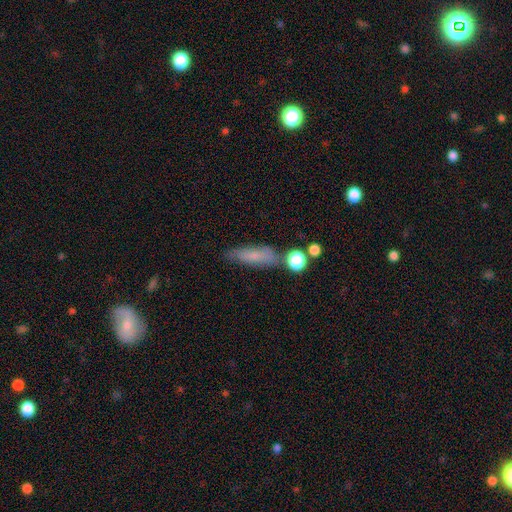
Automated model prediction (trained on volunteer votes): smooth_or_featured: smooth (p=0.68) [alt: featured or disk p=0.22]
how_rounded: cigar-shaped (p=0.61) [alt: in between p=0.35]
merging: none (p=0.67) [alt: minor disturbance p=0.20]